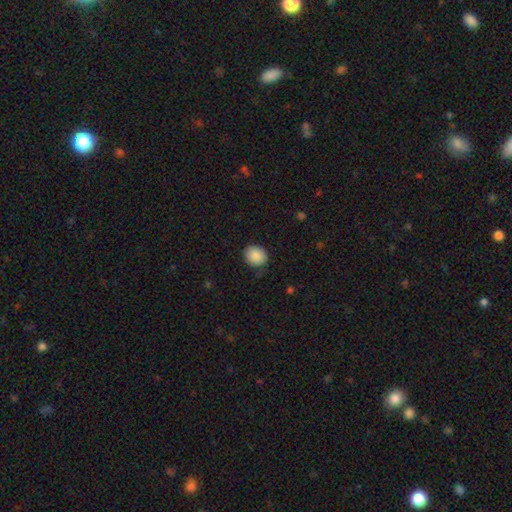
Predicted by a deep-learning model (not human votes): The model was most divided on "how rounded": round: 66%, in between: 33%, cigar-shaped: 1%. More confident: smooth or featured — smooth (89%); merging — none (85%).